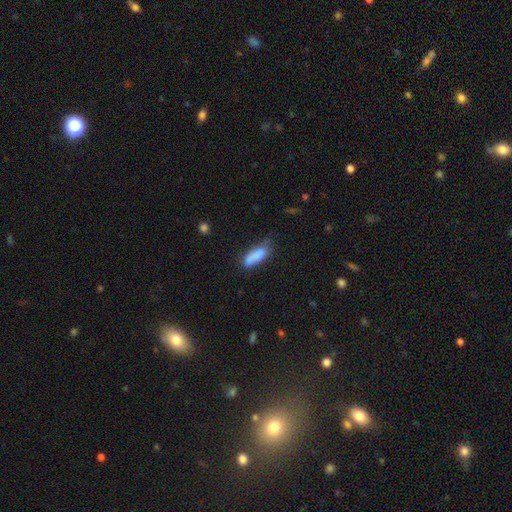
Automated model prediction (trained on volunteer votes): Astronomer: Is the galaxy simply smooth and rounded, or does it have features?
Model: smooth — 77%.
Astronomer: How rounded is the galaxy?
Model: in between — 66%.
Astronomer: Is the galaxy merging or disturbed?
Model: none — 46% (runner-up: minor disturbance, 29%).